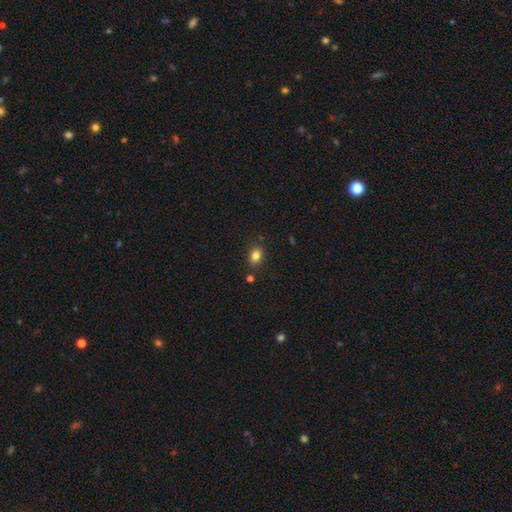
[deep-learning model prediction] Smooth or featured?
  - smooth: 82% *
  - star or artifact: 12%
  - featured or disk: 6%
How rounded?
  - in between: 58% *
  - round: 41%
  - cigar-shaped: 1%
Merging?
  - none: 81% *
  - minor disturbance: 11%
  - merger: 5%
  - major disturbance: 3%